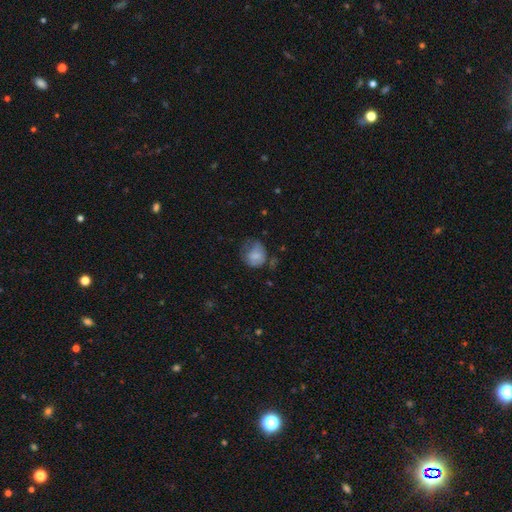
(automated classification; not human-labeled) Smooth or featured? smooth (69%)
How rounded? round (64%)
Merging? none (41%)